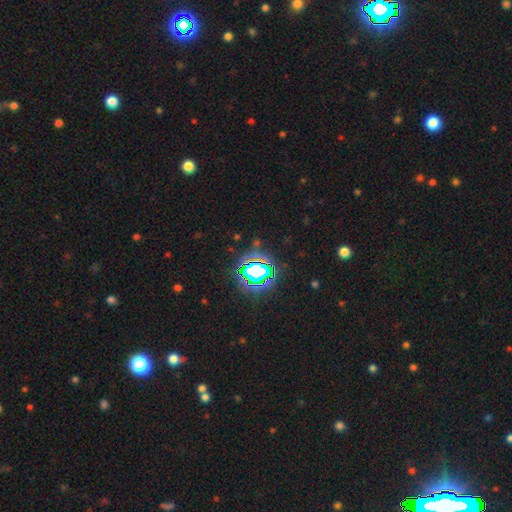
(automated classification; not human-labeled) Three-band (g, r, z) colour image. It shows a star or artifact, not a galaxy (82%).